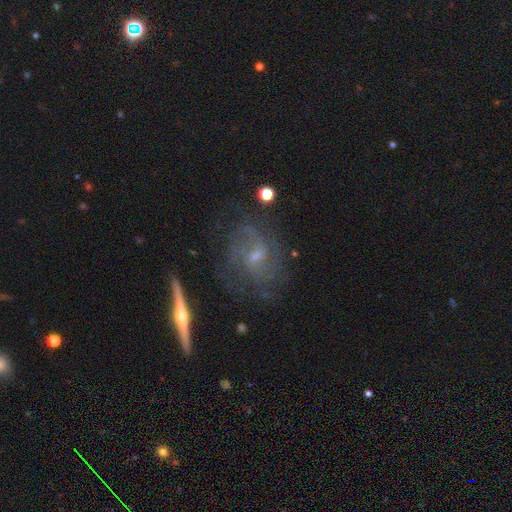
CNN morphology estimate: featured or disk 78%, star or artifact 12%, smooth 10%. Down the decision tree: edge-on disk — no (84%); bar — no (50%); spiral arms — yes (87%); spiral arm count — can't tell (36%); spiral winding — tight (41%); bulge size — small (64%); merging — none (73%).